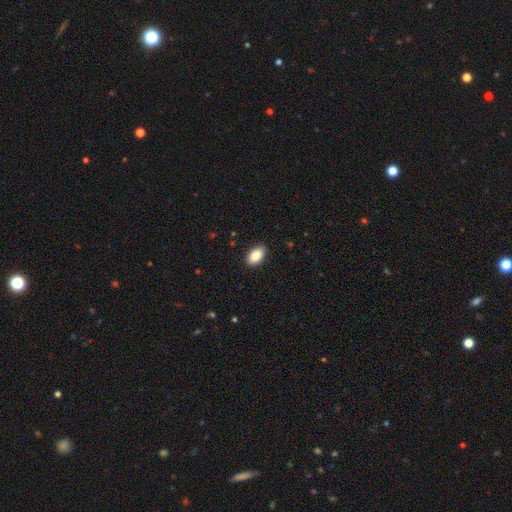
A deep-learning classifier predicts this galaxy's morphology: Smooth or featured? Predicted: smooth (p=0.87). How rounded? Predicted: in between (p=0.93). Merging? Predicted: none (p=0.88).